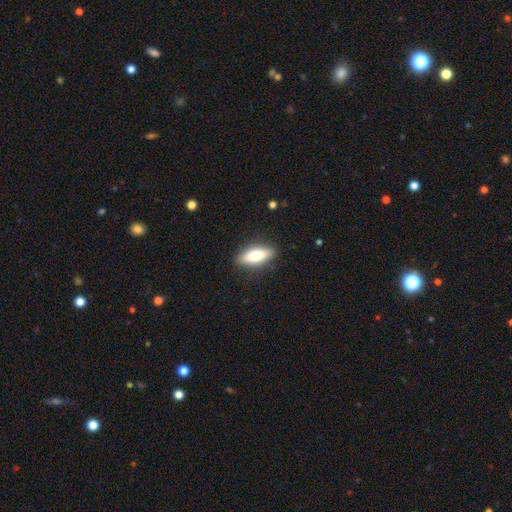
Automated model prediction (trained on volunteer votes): Smooth or featured?
  - smooth: 76% *
  - featured or disk: 18%
  - star or artifact: 6%
How rounded?
  - in between: 67% *
  - cigar-shaped: 30%
  - round: 2%
Merging?
  - none: 87% *
  - minor disturbance: 10%
  - major disturbance: 2%
  - merger: 1%